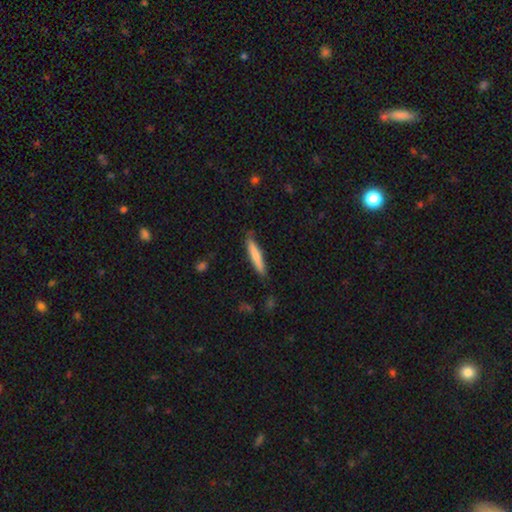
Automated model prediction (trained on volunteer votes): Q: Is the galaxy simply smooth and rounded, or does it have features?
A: smooth — 73%.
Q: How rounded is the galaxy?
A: cigar-shaped — 92%.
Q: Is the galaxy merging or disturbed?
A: none — 84%.